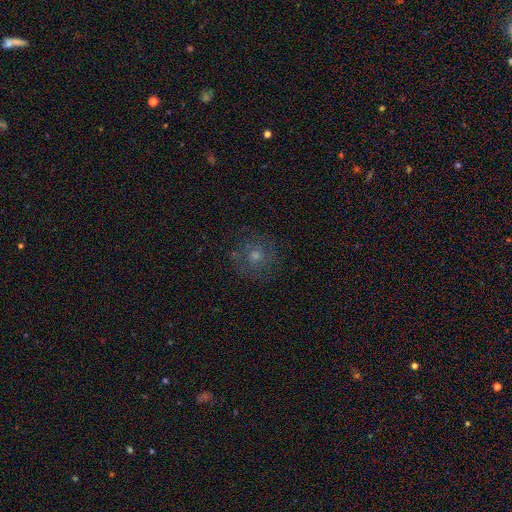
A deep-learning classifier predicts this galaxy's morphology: smooth_or_featured: smooth (p=0.50) [alt: featured or disk p=0.35]
how_rounded: round (p=0.89) [alt: in between p=0.10]
merging: none (p=0.78) [alt: minor disturbance p=0.13]